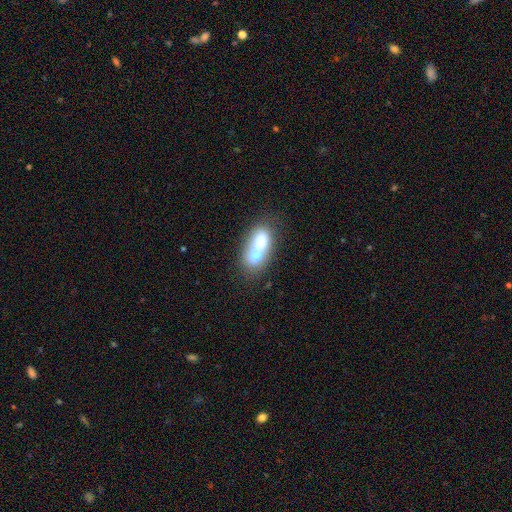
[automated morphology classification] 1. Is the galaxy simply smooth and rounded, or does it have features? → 65% smooth, 27% featured or disk, 8% star or artifact.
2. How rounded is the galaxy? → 79% in between, 14% round, 7% cigar-shaped.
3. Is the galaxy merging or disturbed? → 63% merger, 22% none, 9% minor disturbance, 6% major disturbance.